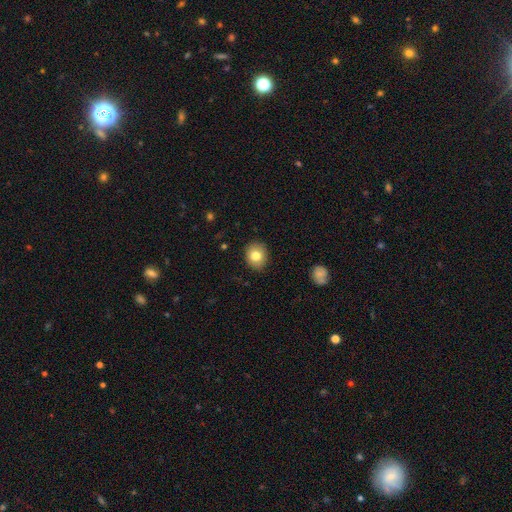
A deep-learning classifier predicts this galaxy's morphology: The model was most divided on "how rounded": round: 68%, in between: 31%, cigar-shaped: 1%. More confident: merging — none (88%); smooth or featured — smooth (81%).